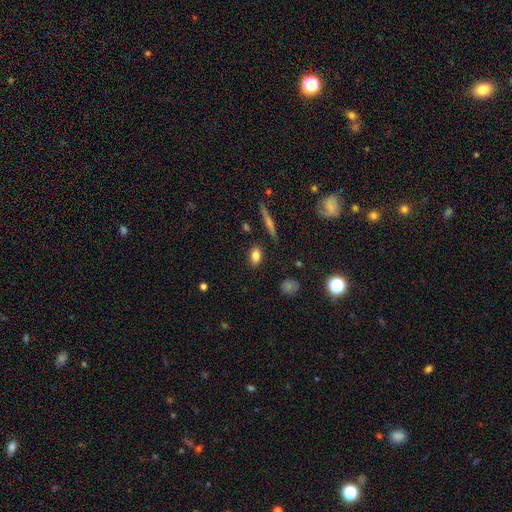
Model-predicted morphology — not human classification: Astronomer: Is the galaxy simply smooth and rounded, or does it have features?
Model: smooth — 80%.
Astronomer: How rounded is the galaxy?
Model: in between — 81%.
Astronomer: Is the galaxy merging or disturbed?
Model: none — 85%.